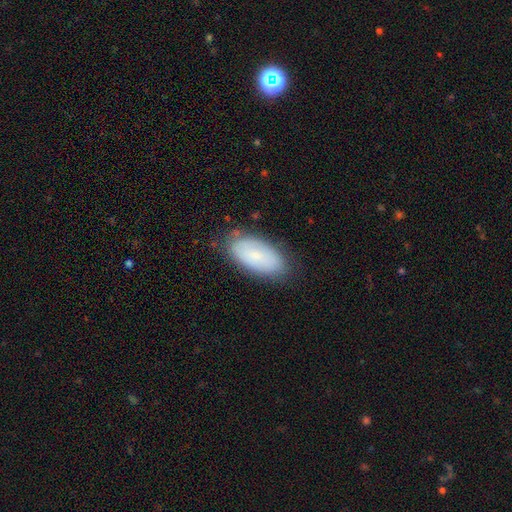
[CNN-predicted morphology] smooth-or-featured: smooth: 69% | featured or disk: 23% | star or artifact: 8%
  how-rounded: in between: 93% | cigar-shaped: 5% | round: 2%
  merging: none: 78% | minor disturbance: 17% | major disturbance: 4% | merger: 1%